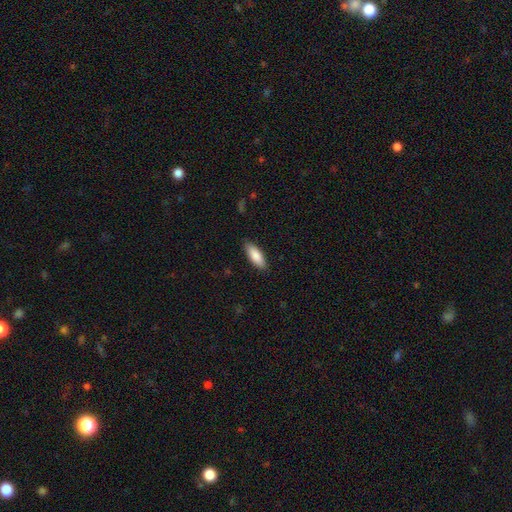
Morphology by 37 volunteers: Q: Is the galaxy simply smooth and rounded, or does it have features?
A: smooth — 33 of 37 (89%).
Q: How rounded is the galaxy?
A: in between — 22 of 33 (67%).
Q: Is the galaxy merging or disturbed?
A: none — 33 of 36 (92%).